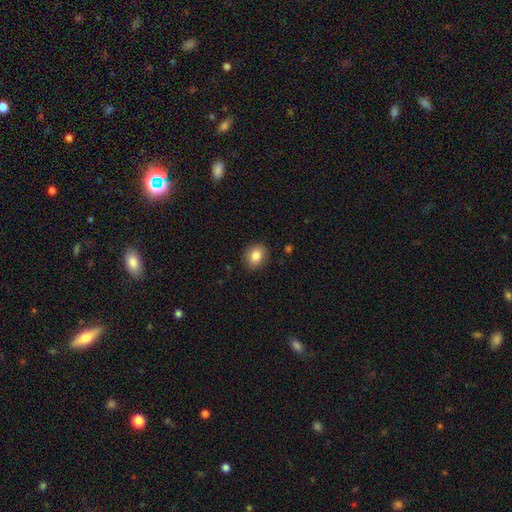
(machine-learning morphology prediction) A smooth galaxy with no disk features (84%) that is round (60%). Merging: none (89%).